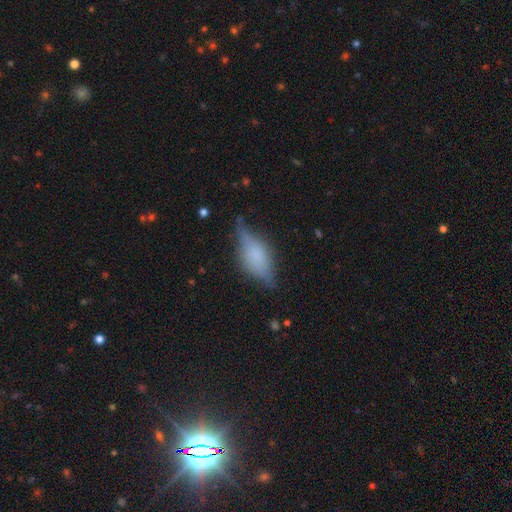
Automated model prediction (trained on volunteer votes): smooth 48%, featured or disk 43%, star or artifact 9%. Down the decision tree: merging — none (59%).